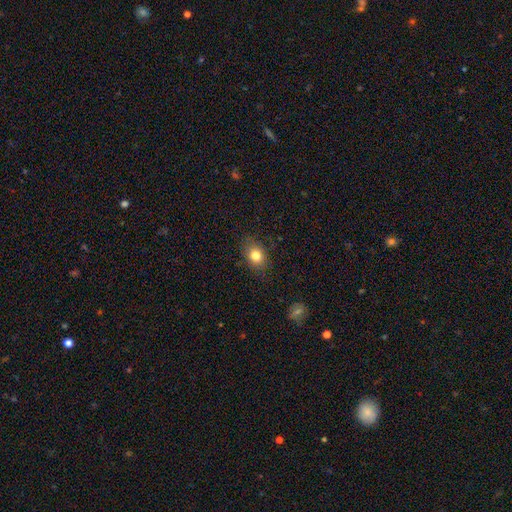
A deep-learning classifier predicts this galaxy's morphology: Smooth or featured? Predicted: smooth (p=0.81). How rounded? Predicted: in between (p=0.59). Merging? Predicted: none (p=0.82).